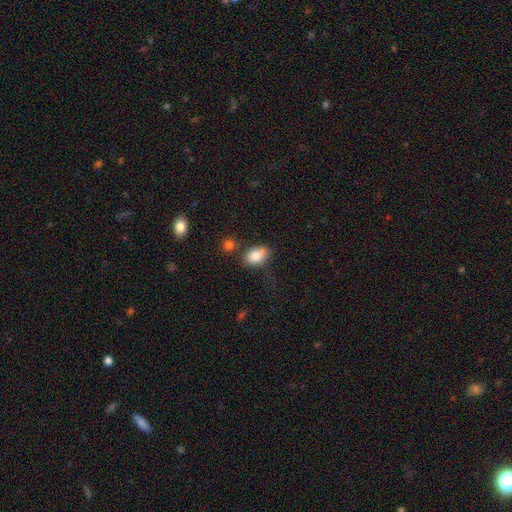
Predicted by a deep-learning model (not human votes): Smooth or featured?
  - smooth: 83% *
  - featured or disk: 9%
  - star or artifact: 8%
How rounded?
  - in between: 81% *
  - round: 18%
  - cigar-shaped: 2%
Merging?
  - none: 57% *
  - minor disturbance: 24%
  - merger: 11%
  - major disturbance: 8%